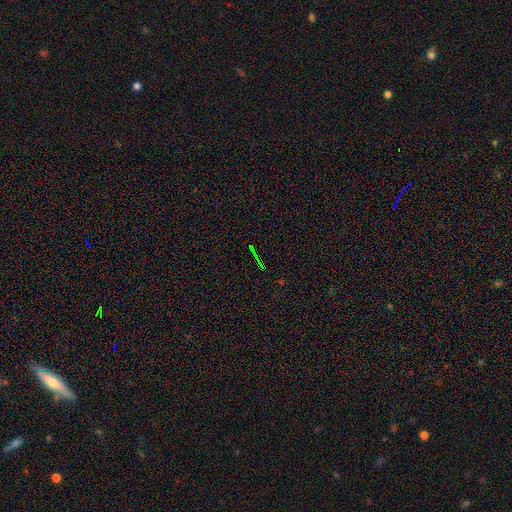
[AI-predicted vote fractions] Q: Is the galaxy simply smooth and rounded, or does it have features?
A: star or artifact — 74%.